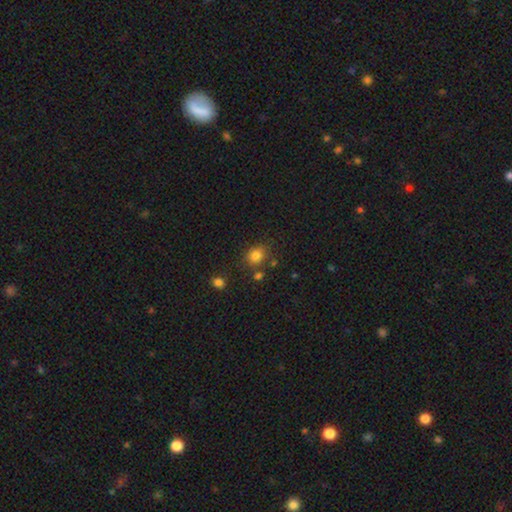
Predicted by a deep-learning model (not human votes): The model was most divided on "how rounded": round: 60%, in between: 39%, cigar-shaped: 1%. More confident: smooth or featured — smooth (81%); merging — none (73%).